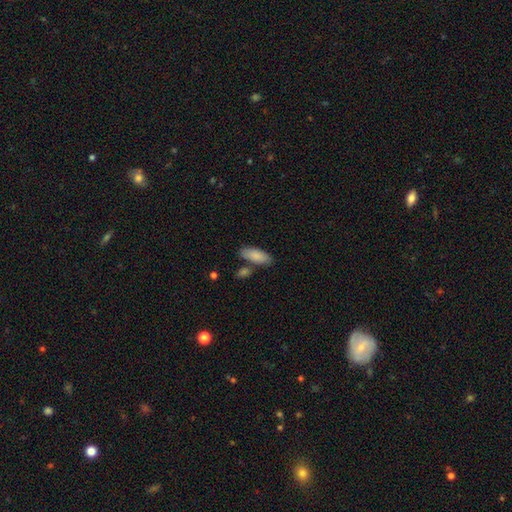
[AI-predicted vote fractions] Smooth or featured?
  - smooth: 86% *
  - featured or disk: 8%
  - star or artifact: 6%
How rounded?
  - in between: 82% *
  - cigar-shaped: 16%
  - round: 2%
Merging?
  - none: 72% *
  - minor disturbance: 13%
  - merger: 12%
  - major disturbance: 3%